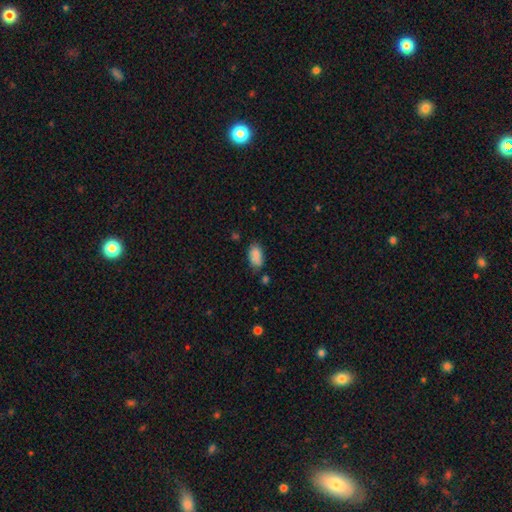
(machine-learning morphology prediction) This appears to be a smooth galaxy with no disk features (87%) that is in between round and cigar-shaped (93%). Merging: none (73%).